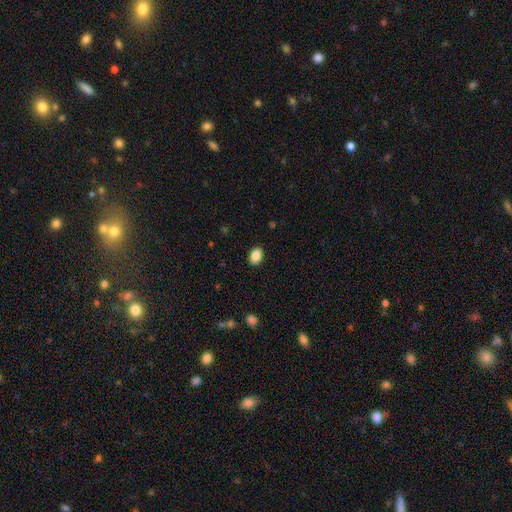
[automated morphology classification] Q: Smooth or featured?
A: smooth (87%); runner-up: star or artifact (8%)
Q: How rounded?
A: in between (81%); runner-up: round (18%)
Q: Merging?
A: none (89%); runner-up: minor disturbance (8%)